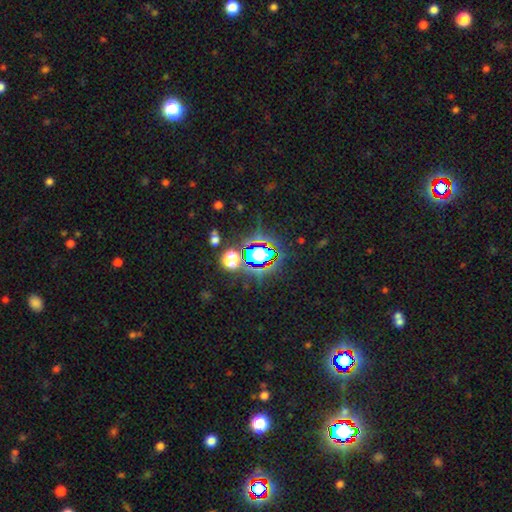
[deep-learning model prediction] Morphology: type=star or artifact (66%).